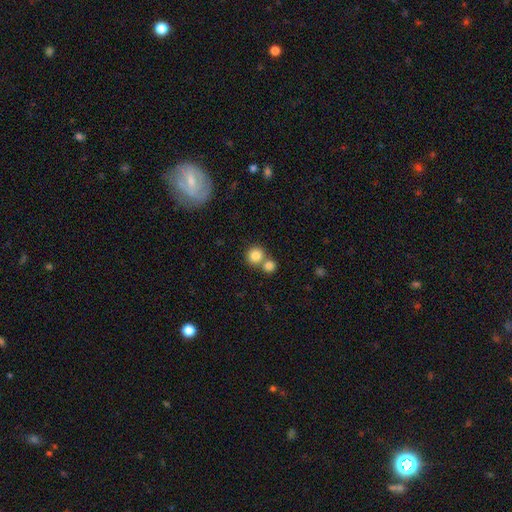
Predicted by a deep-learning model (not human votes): This is clearly a smooth galaxy (84%). How rounded: clearly round (90%). Merging: possibly none (53%).